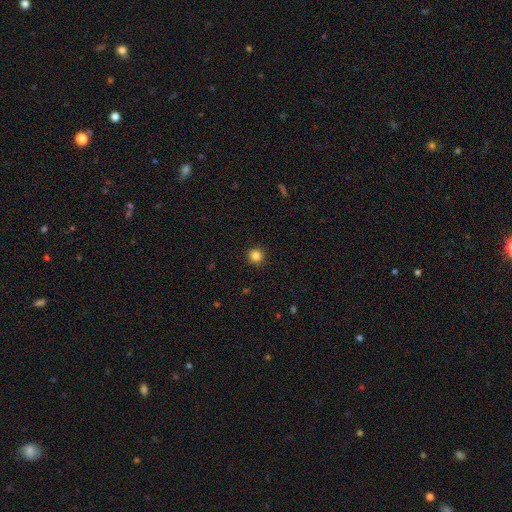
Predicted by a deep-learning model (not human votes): Smooth or featured? smooth (85%)
How rounded? round (95%)
Merging? none (92%)